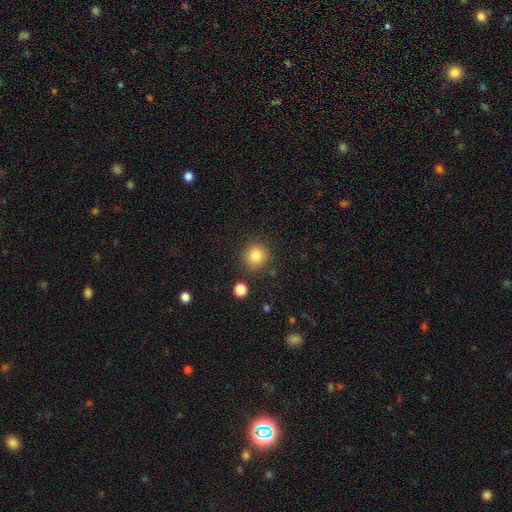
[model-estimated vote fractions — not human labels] Overall: smooth (84%). How rounded: round (91%). Merging: none (84%).